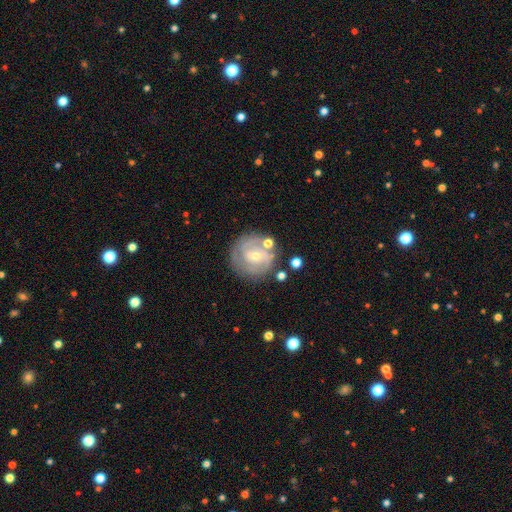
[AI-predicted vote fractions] Morphology: type=featured or disk (78%); edge-on=no (98%); bar=no (55%); spiral arms=yes (89%); winding=tight (63%); arm count=2 (43%); bulge=small (65%); merging=none (73%).